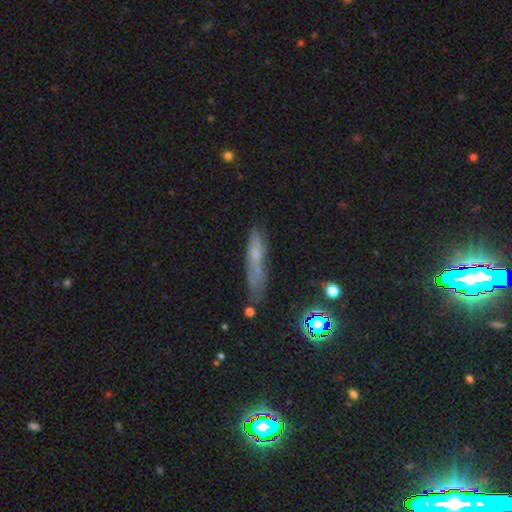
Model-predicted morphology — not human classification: A smooth galaxy with no disk features (54%) that is cigar-shaped (83%).

Vote fractions:
- Smooth or featured? smooth: 54% / featured or disk: 26% / star or artifact: 21%
- How rounded? cigar-shaped: 83% / in between: 13% / round: 4%
- Merging? none: 57% / minor disturbance: 25% / major disturbance: 11% / merger: 7%